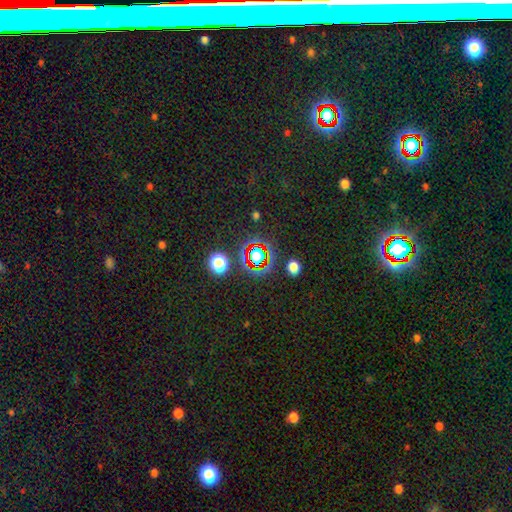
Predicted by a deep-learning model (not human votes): Morphology: type=star or artifact (63%).